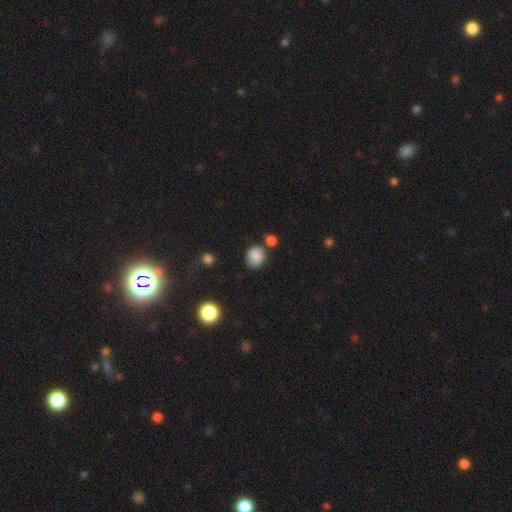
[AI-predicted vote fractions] Smooth or featured?
  - smooth: 86% *
  - star or artifact: 9%
  - featured or disk: 5%
How rounded?
  - round: 68% *
  - in between: 31%
  - cigar-shaped: 1%
Merging?
  - none: 69% *
  - minor disturbance: 17%
  - merger: 10%
  - major disturbance: 5%